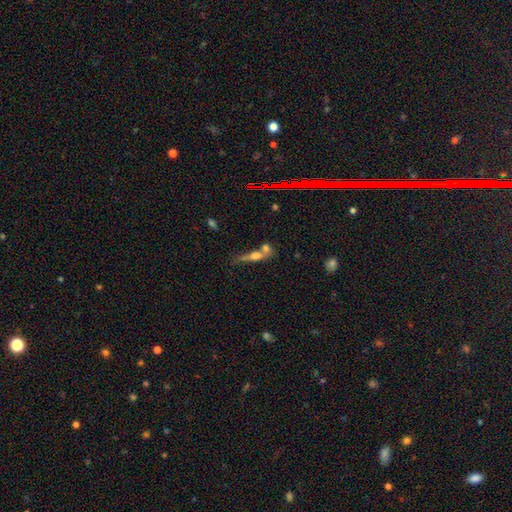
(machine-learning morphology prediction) Smooth or featured?
  - smooth: 52% *
  - featured or disk: 34%
  - star or artifact: 14%
How rounded?
  - cigar-shaped: 49% *
  - in between: 39%
  - round: 12%
Merging?
  - merger: 49% *
  - none: 29%
  - minor disturbance: 12%
  - major disturbance: 10%